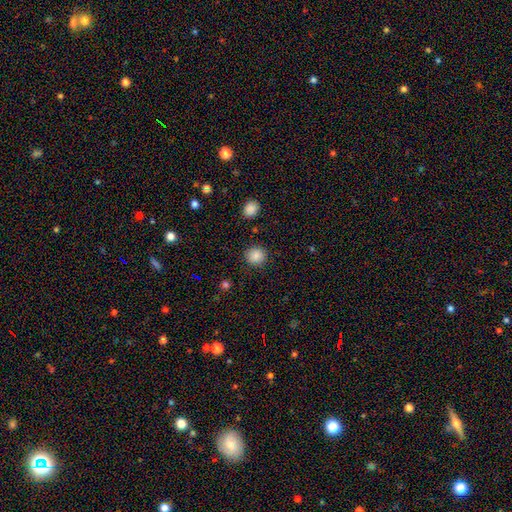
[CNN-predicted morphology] This appears to be a smooth galaxy with no disk features (87%) that is round (91%). Merging: none (90%).